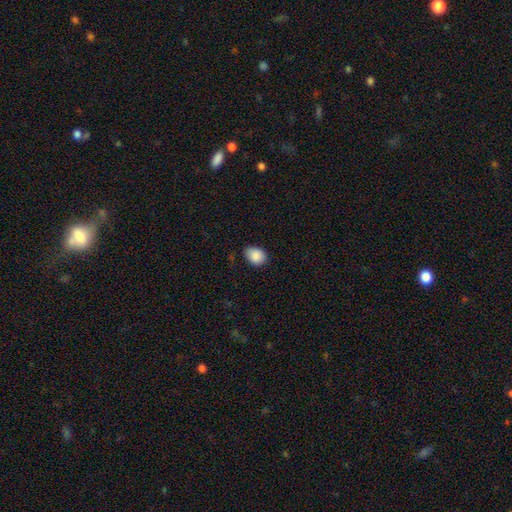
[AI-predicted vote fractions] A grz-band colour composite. It shows a smooth galaxy with no disk features (89%) that is in between round and cigar-shaped (58%). Merging: none (76%).